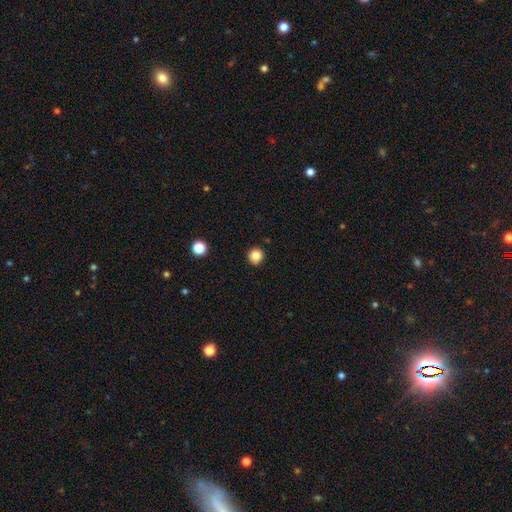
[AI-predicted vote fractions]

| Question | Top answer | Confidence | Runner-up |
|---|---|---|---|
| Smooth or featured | smooth | 84% | star or artifact (12%) |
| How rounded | round | 94% | in between (6%) |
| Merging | none | 89% | minor disturbance (7%) |